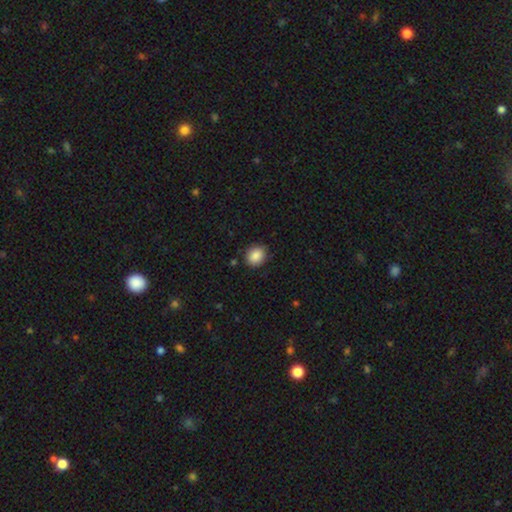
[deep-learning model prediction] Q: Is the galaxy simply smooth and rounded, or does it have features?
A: smooth — 87%.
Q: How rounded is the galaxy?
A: round — 64%.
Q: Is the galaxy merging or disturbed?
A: none — 85%.